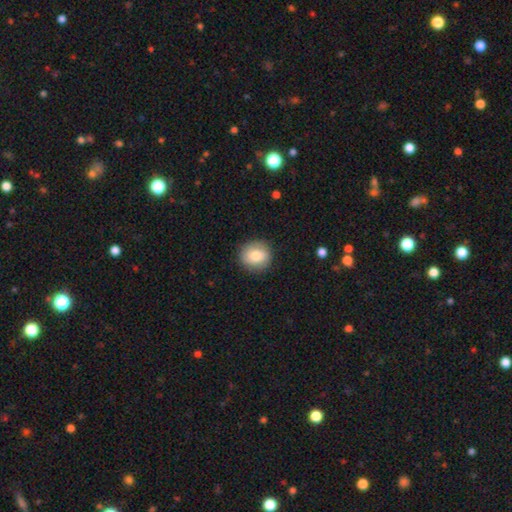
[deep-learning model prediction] Smooth or featured? smooth (78%)
How rounded? round (86%)
Merging? none (87%)